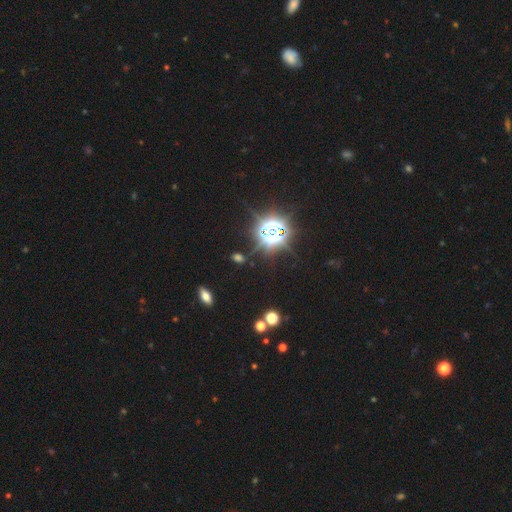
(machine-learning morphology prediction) Q: Smooth or featured?
A: star or artifact (82%); runner-up: smooth (12%)